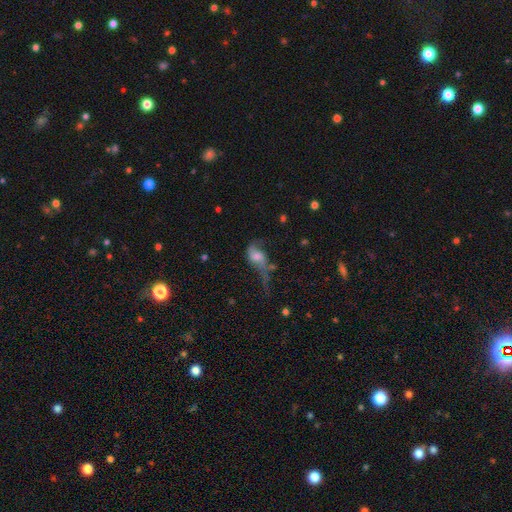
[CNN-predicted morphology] Q: Smooth or featured?
A: featured or disk (52%); runner-up: smooth (33%)
Q: Edge-on disk?
A: no (88%); runner-up: yes (12%)
Q: Merging?
A: major disturbance (49%); runner-up: none (22%)